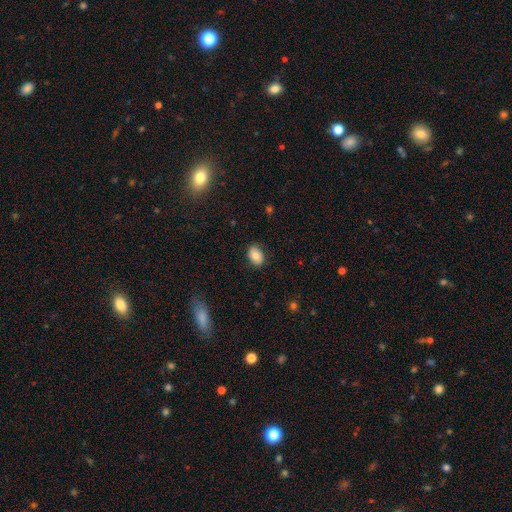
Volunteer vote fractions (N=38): Smooth or featured?
  - smooth: 89% *
  - featured or disk: 8%
  - star or artifact: 3%
How rounded?
  - in between: 71% *
  - round: 29%
  - cigar-shaped: 0%
Merging?
  - none: 76% *
  - minor disturbance: 24%
  - major disturbance: 0%
  - merger: 0%